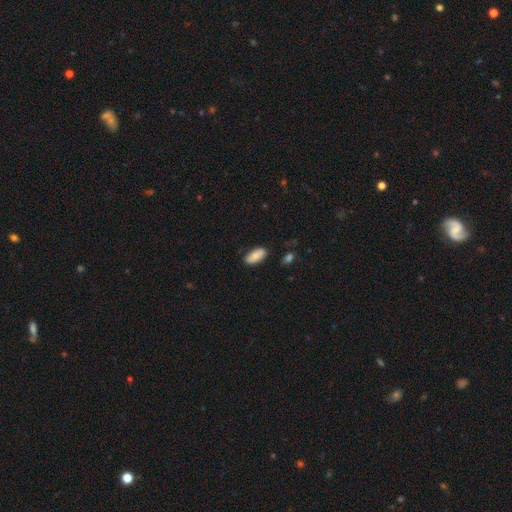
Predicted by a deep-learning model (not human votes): Smooth or featured?
  - smooth: 77% *
  - featured or disk: 16%
  - star or artifact: 7%
How rounded?
  - in between: 91% *
  - cigar-shaped: 6%
  - round: 3%
Merging?
  - none: 81% *
  - minor disturbance: 15%
  - major disturbance: 3%
  - merger: 2%